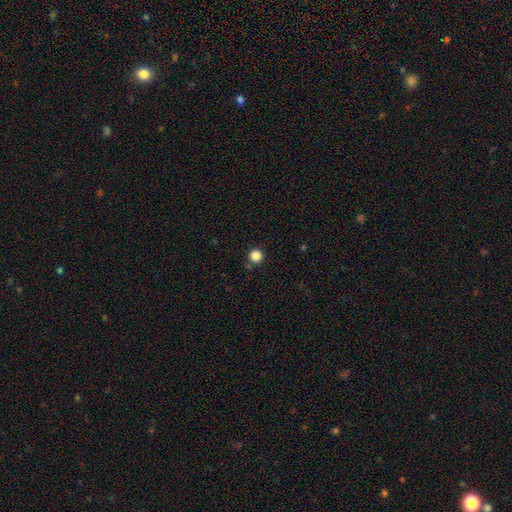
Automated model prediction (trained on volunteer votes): A smooth galaxy with no disk features (85%) that is round (96%).

Vote fractions:
- Smooth or featured? smooth: 85% / star or artifact: 12% / featured or disk: 3%
- How rounded? round: 96% / in between: 3% / cigar-shaped: 1%
- Merging? none: 90% / minor disturbance: 5% / merger: 3% / major disturbance: 2%